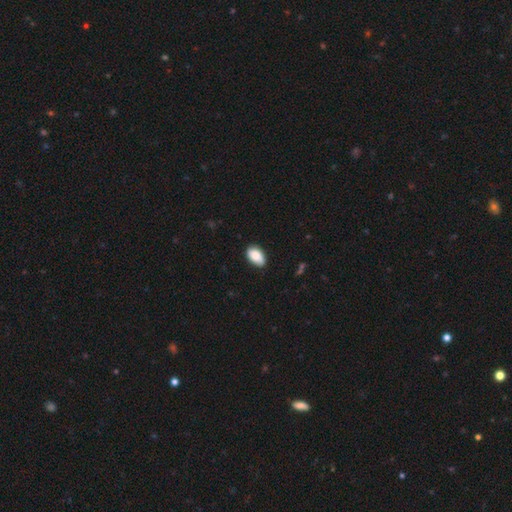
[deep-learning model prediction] Smooth or featured?
  - smooth: 85% *
  - featured or disk: 9%
  - star or artifact: 6%
How rounded?
  - in between: 93% *
  - round: 5%
  - cigar-shaped: 2%
Merging?
  - none: 79% *
  - minor disturbance: 17%
  - major disturbance: 3%
  - merger: 1%